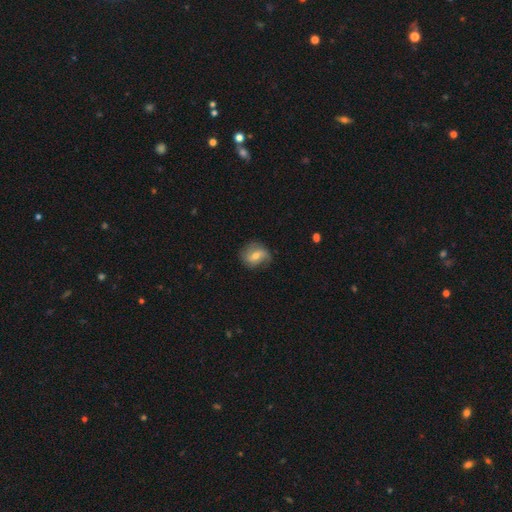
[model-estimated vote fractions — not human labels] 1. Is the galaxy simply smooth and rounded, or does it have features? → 47% featured or disk, 45% smooth, 8% star or artifact.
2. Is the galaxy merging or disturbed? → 63% none, 26% minor disturbance, 9% major disturbance, 1% merger.